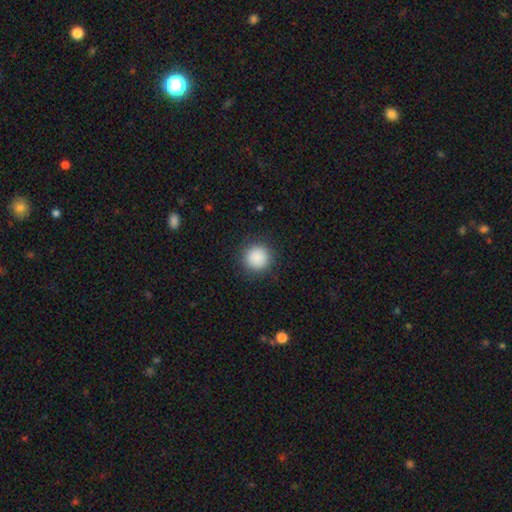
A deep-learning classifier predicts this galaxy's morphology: Overall: smooth (88%). How rounded: round (95%). Merging: none (90%).